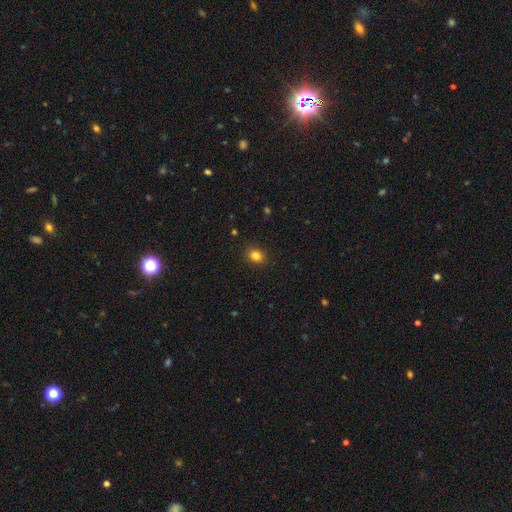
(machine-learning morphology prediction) Smooth or featured: smooth — 83% (star or artifact — 12%)
How rounded: round — 57% (in between — 42%)
Merging: none — 89% (minor disturbance — 8%)